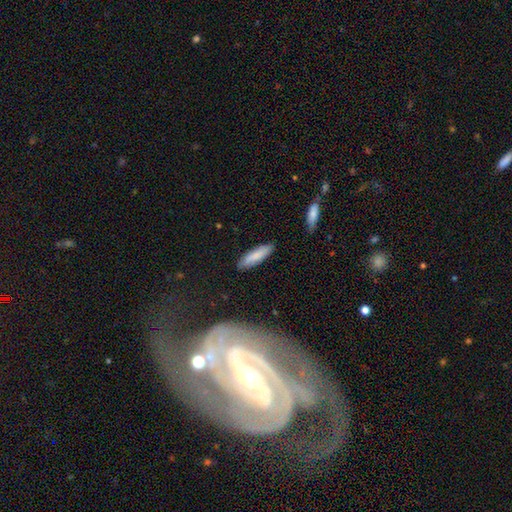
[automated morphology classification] Smooth or featured: smooth — 82% (featured or disk — 12%)
How rounded: cigar-shaped — 62% (in between — 37%)
Merging: none — 87% (minor disturbance — 10%)